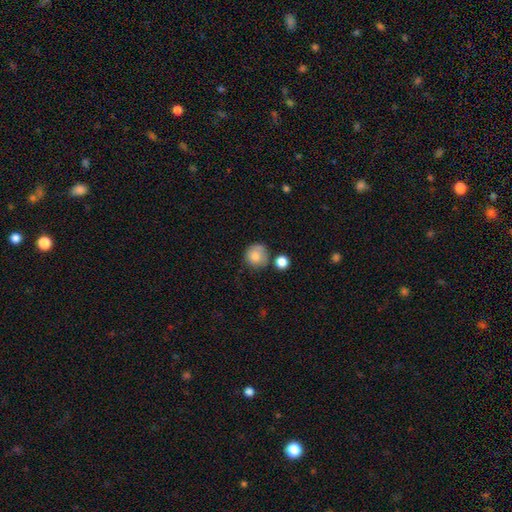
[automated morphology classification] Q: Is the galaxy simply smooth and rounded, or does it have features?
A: smooth — 81%.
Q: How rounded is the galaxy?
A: round — 88%.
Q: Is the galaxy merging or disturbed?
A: none — 61%.